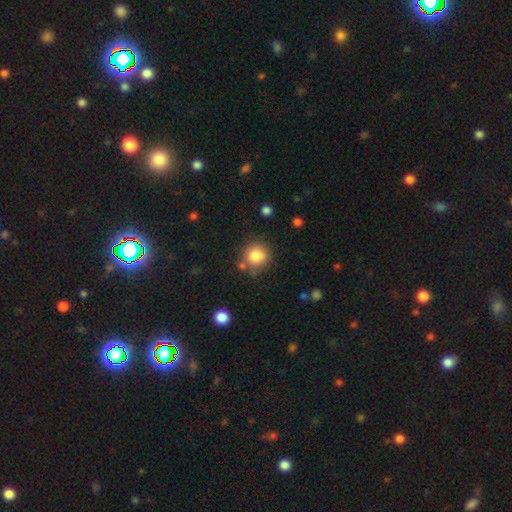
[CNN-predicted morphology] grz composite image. It shows a smooth galaxy with no disk features (84%) that is round (88%). Merging: none (70%).